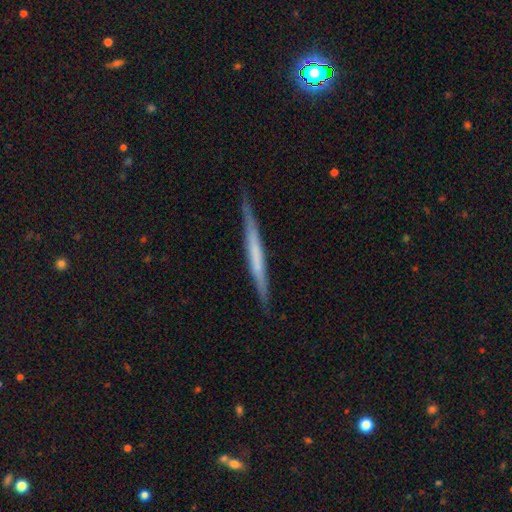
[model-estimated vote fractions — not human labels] featured or disk 56%, smooth 39%, star or artifact 5%. Down the decision tree: edge-on disk — yes (97%); edge-on bulge — none (81%); merging — none (87%).